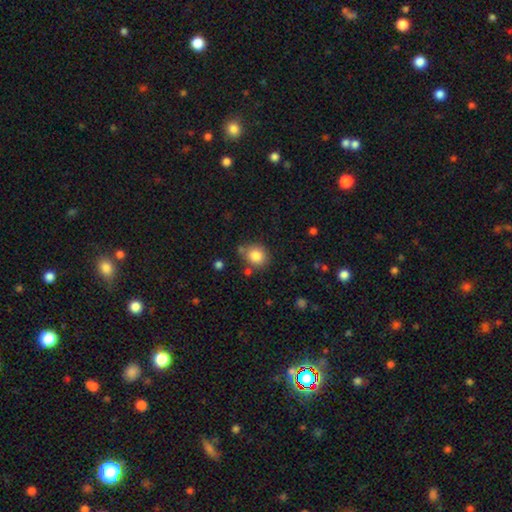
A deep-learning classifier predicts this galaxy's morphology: Smooth or featured: smooth — 83% (star or artifact — 10%)
How rounded: round — 74% (in between — 25%)
Merging: none — 73% (minor disturbance — 15%)